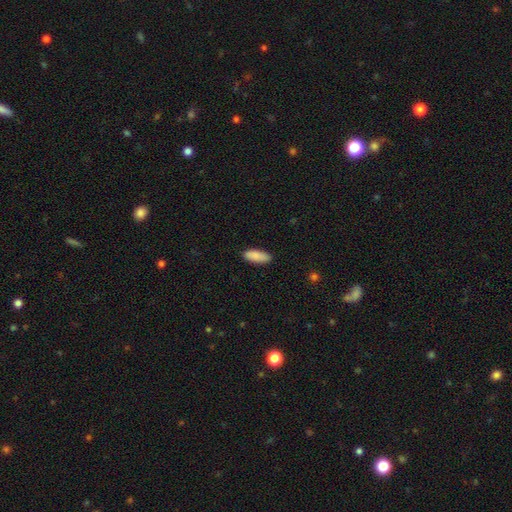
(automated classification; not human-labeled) Smooth or featured: smooth — 89% (star or artifact — 6%)
How rounded: in between — 72% (cigar-shaped — 26%)
Merging: none — 87% (minor disturbance — 10%)